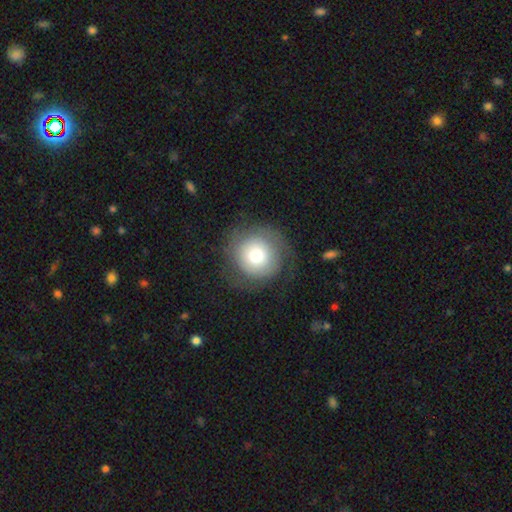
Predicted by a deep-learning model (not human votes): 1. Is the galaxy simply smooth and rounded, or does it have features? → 59% smooth, 32% featured or disk, 10% star or artifact.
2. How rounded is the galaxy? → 93% round, 6% in between, 1% cigar-shaped.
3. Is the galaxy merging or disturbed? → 70% none, 16% minor disturbance, 13% major disturbance, 1% merger.